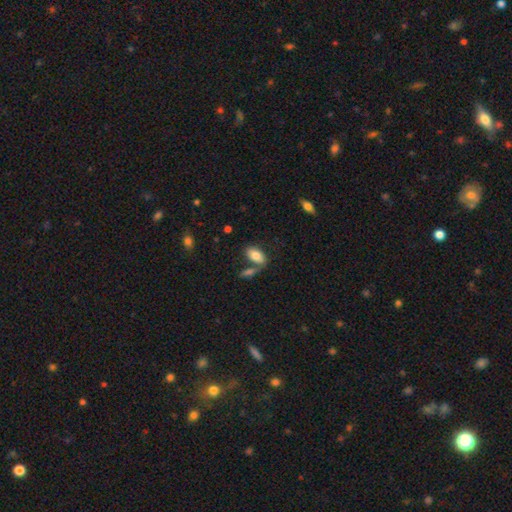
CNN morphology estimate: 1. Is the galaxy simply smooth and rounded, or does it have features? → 81% smooth, 12% featured or disk, 7% star or artifact.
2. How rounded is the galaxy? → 92% in between, 4% cigar-shaped, 4% round.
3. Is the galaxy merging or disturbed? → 60% none, 23% merger, 13% minor disturbance, 4% major disturbance.